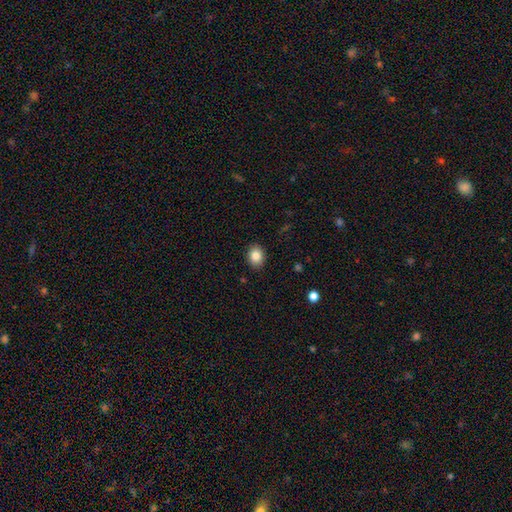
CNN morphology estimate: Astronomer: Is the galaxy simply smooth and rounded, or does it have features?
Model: smooth — 85%.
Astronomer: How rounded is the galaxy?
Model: in between — 55% (runner-up: round, 44%).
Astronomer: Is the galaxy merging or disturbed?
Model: none — 88%.